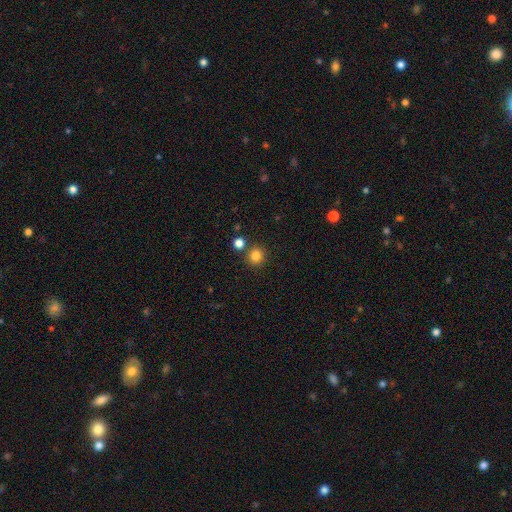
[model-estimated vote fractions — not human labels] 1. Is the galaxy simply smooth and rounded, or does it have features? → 82% smooth, 13% star or artifact, 5% featured or disk.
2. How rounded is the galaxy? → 92% round, 7% in between, 1% cigar-shaped.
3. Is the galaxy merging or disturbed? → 81% none, 9% merger, 7% minor disturbance, 2% major disturbance.